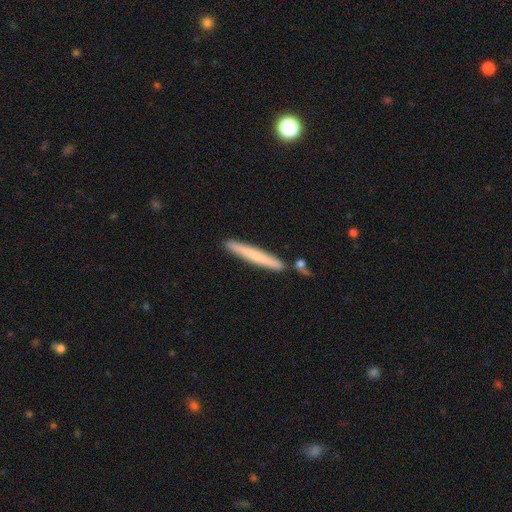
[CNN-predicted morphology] Smooth or featured? smooth (66%)
How rounded? cigar-shaped (97%)
Merging? none (86%)